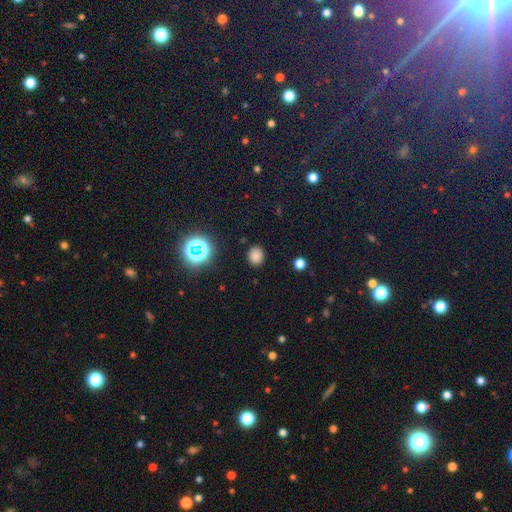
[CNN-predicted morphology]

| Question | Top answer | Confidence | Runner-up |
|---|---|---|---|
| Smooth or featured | smooth | 77% | star or artifact (18%) |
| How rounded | round | 61% | in between (38%) |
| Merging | none | 87% | minor disturbance (9%) |